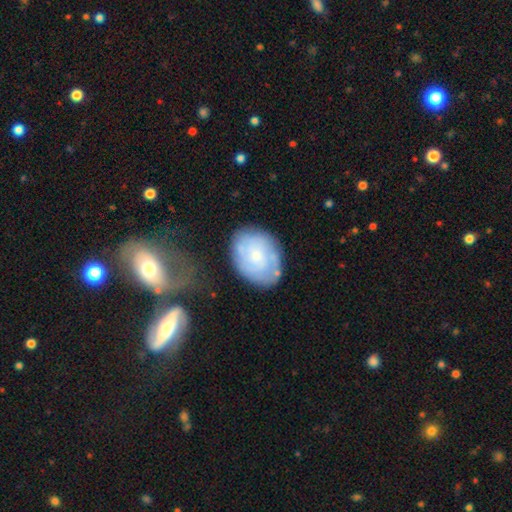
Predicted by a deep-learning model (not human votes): Overall: featured or disk (56%; smooth 37%). Edge-on disk: no (96%). Bar: no (80%). Spiral arms: yes (75%). Bulge size: small (68%). Merging: none (68%).